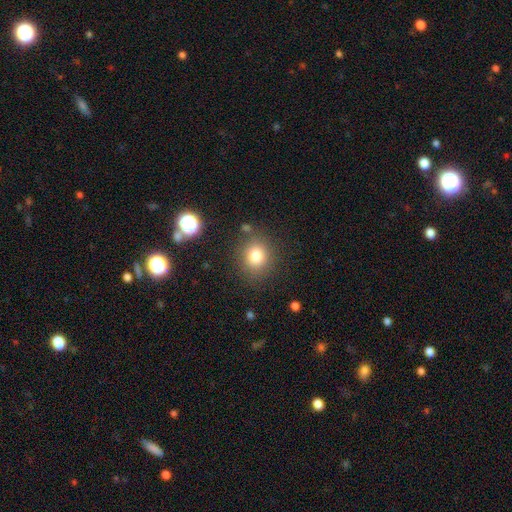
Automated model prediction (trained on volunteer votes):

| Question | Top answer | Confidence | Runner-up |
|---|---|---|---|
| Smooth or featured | smooth | 79% | star or artifact (13%) |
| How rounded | round | 78% | in between (21%) |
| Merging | none | 81% | minor disturbance (11%) |